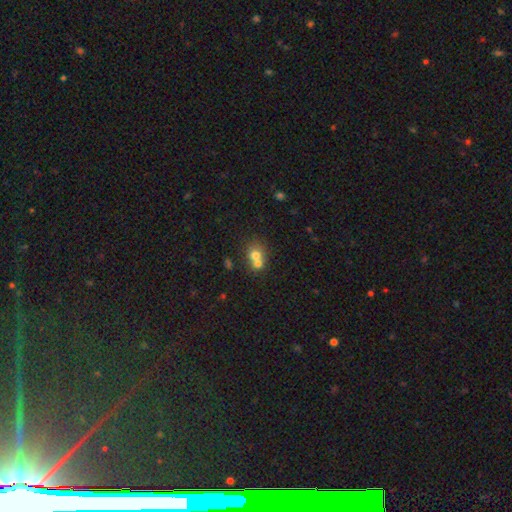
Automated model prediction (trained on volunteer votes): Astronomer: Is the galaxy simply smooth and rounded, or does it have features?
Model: smooth — 70%.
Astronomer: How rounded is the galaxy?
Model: round — 73%.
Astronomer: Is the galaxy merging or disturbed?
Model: merger — 60%.